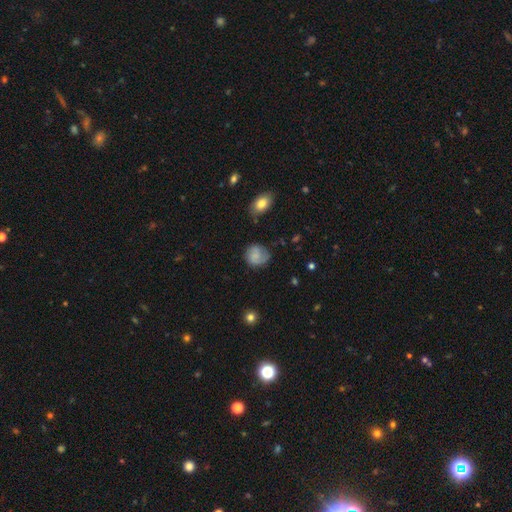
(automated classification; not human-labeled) Smooth or featured? Predicted: smooth (p=0.60). How rounded? Predicted: round (p=0.75). Merging? Predicted: none (p=0.67).